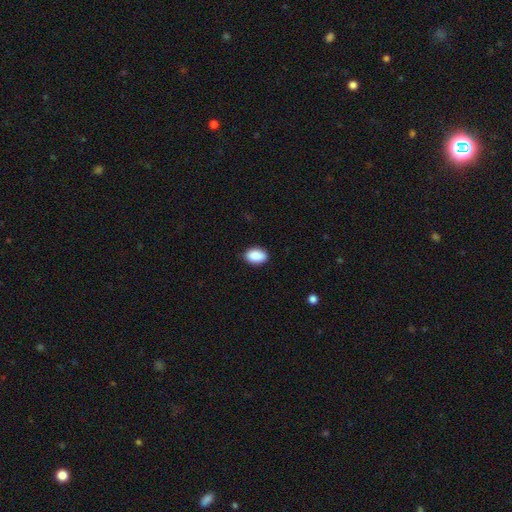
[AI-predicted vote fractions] A smooth galaxy with no disk features (90%) that is in between round and cigar-shaped (88%).

Vote fractions:
- Smooth or featured? smooth: 90% / star or artifact: 7% / featured or disk: 3%
- How rounded? in between: 88% / round: 11% / cigar-shaped: 1%
- Merging? none: 87% / minor disturbance: 10% / major disturbance: 2% / merger: 1%